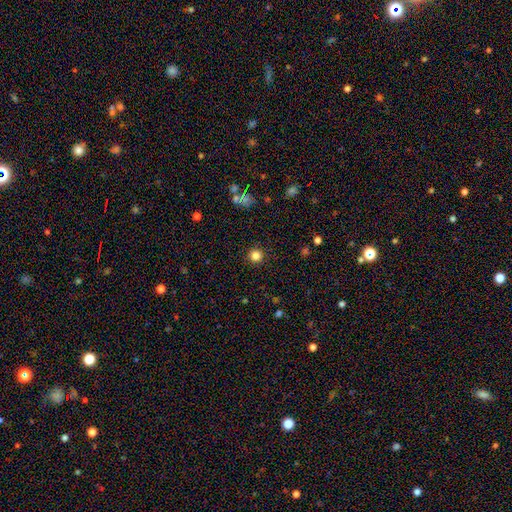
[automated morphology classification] This appears to be a smooth galaxy with no disk features (83%) that is round (95%). Merging: none (92%).